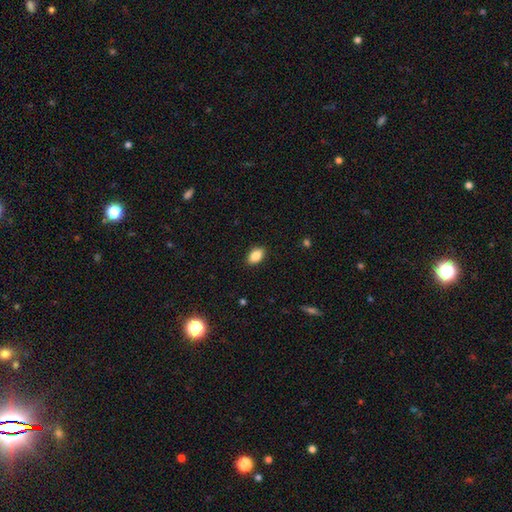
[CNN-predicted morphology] A smooth galaxy with no disk features (85%) that is in between round and cigar-shaped (89%). Merging: none (89%).